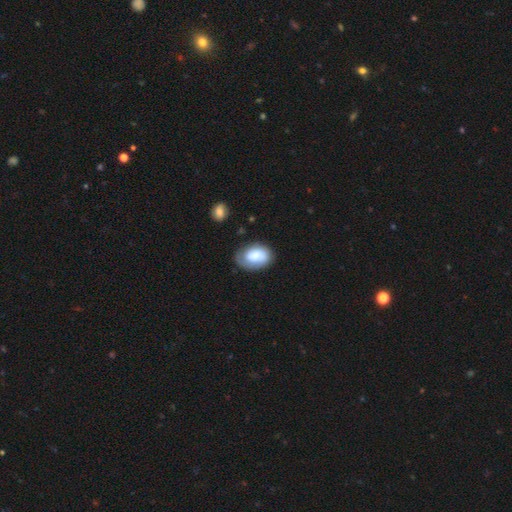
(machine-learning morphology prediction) This is likely a smooth galaxy (68%). How rounded: clearly in between (84%). Merging: likely none (64%).